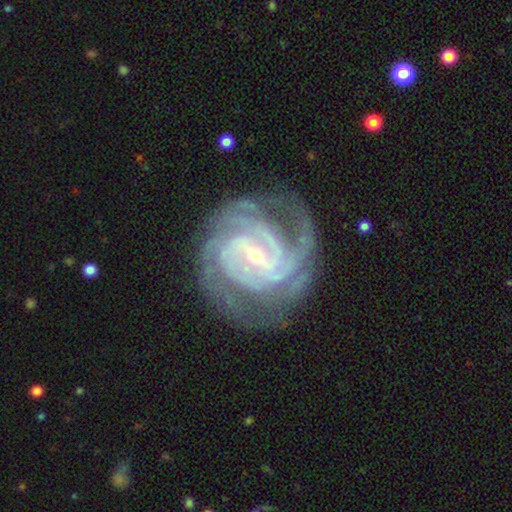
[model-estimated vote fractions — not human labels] This is clearly a featured or disk galaxy (92%). It is clearly not viewed edge-on (98%). Bar: marginally weak (45%). Spiral arm pattern: clearly yes (98%). Spiral arm count: marginally 4 (31%). Spiral winding: likely tight (69%). Central bulge: likely small (68%). Merging: likely none (76%).